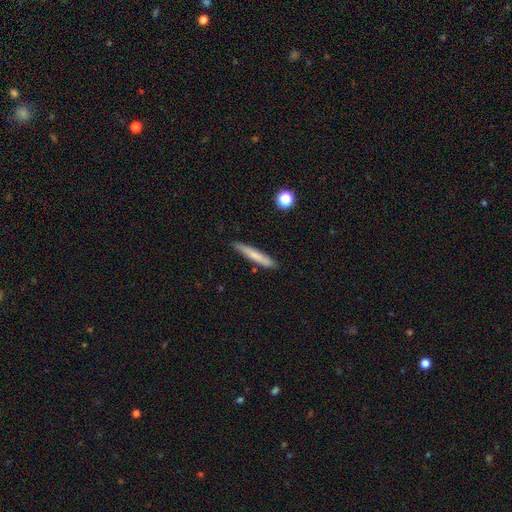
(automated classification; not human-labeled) The model was most divided on "smooth or featured": smooth: 71%, featured or disk: 23%, star or artifact: 6%. More confident: how rounded — cigar-shaped (94%); merging — none (86%).